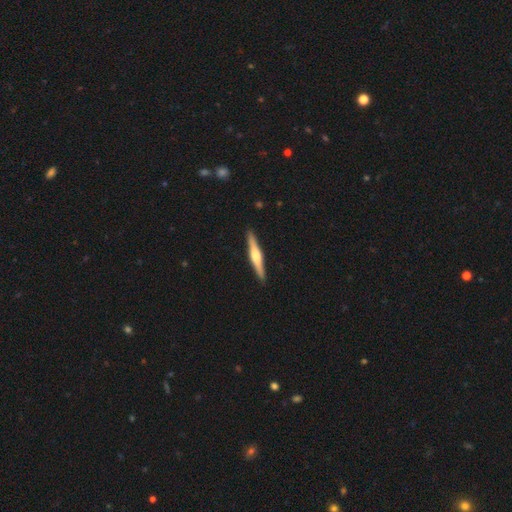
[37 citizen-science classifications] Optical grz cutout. It shows a featured or disk galaxy (59%) viewed edge-on (100%) with a rounded central bulge (73%). Merging: none (97%).